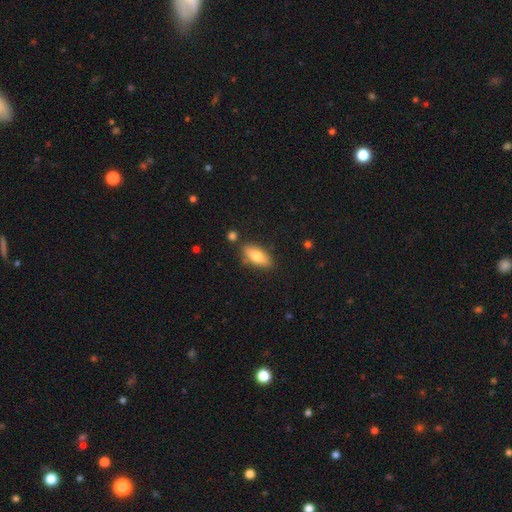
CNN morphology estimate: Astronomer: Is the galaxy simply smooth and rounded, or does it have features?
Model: smooth — 75%.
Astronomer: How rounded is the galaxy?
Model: in between — 81%.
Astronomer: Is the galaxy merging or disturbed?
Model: none — 80%.